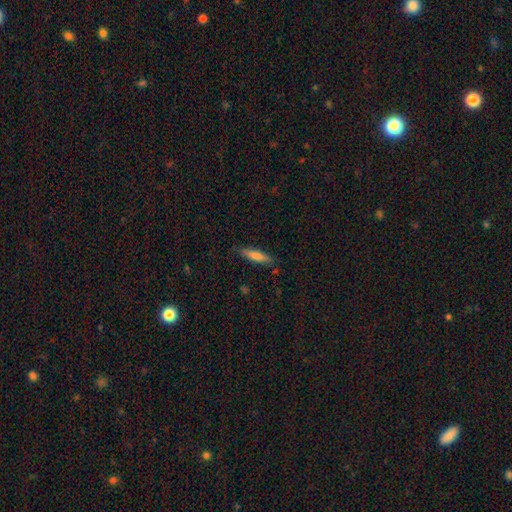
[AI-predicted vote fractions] Smooth or featured? Predicted: smooth (p=0.69). How rounded? Predicted: cigar-shaped (p=0.79). Merging? Predicted: none (p=0.86).